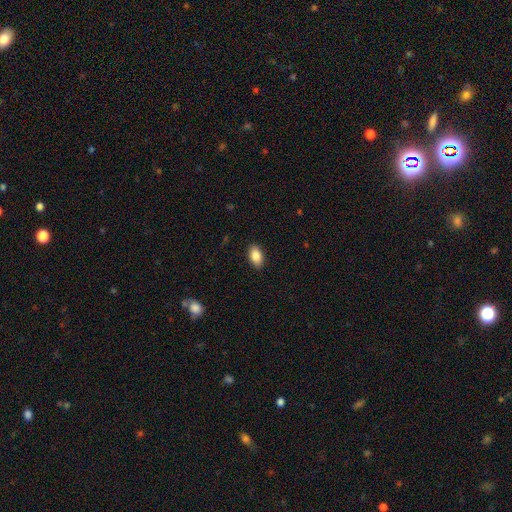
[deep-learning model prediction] Overall: smooth (87%). How rounded: in between (93%). Merging: none (89%).